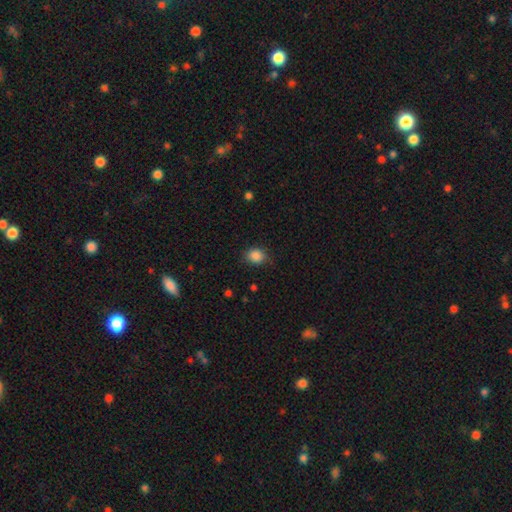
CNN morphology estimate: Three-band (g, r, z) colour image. It shows a smooth galaxy with no disk features (87%) that is round (64%). Merging: none (80%).